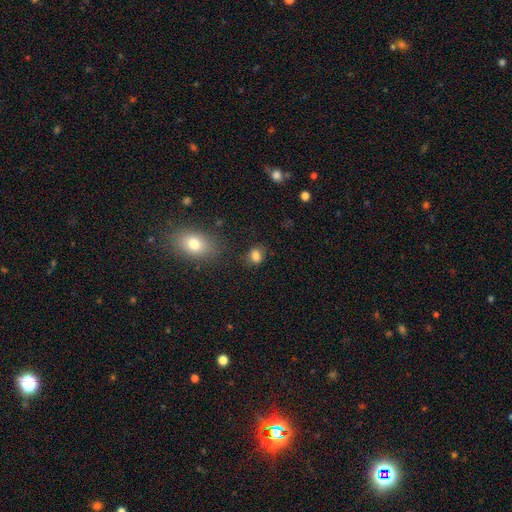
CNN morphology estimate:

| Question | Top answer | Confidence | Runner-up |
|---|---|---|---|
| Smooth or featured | smooth | 82% | star or artifact (12%) |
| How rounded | in between | 54% | round (45%) |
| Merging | none | 73% | minor disturbance (17%) |